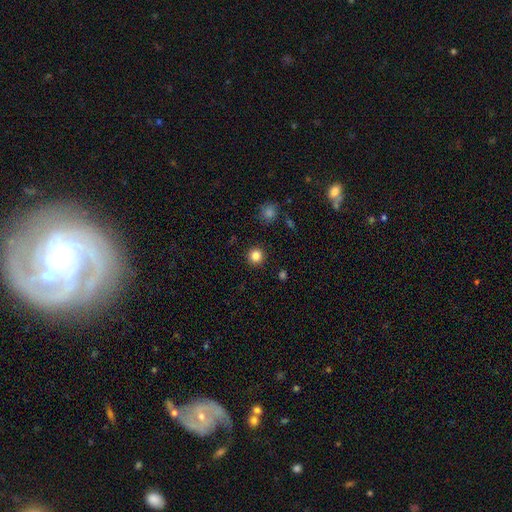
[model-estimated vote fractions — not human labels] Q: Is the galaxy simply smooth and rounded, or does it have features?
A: smooth — 83%.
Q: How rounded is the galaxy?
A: round — 94%.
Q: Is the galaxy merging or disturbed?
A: none — 92%.